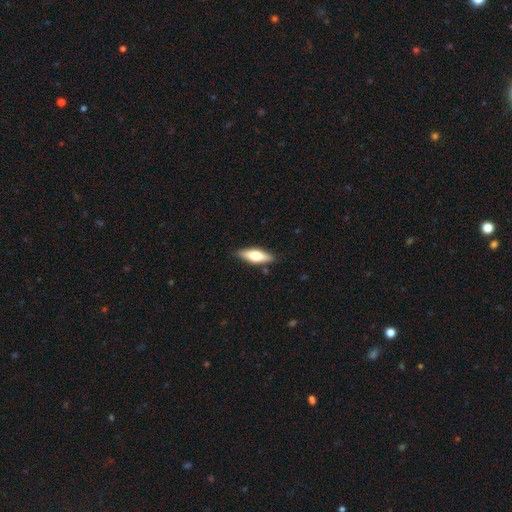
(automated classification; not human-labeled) Overall: smooth (61%; featured or disk 33%). How rounded: in between (60%; cigar-shaped 38%). Merging: none (86%).